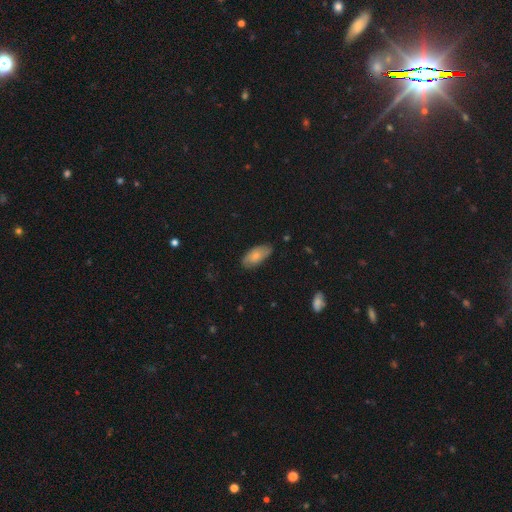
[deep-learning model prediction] A smooth galaxy with no disk features (74%) that is in between round and cigar-shaped (91%).

Vote fractions:
- Smooth or featured? smooth: 74% / featured or disk: 20% / star or artifact: 6%
- How rounded? in between: 91% / cigar-shaped: 6% / round: 2%
- Merging? none: 77% / minor disturbance: 18% / major disturbance: 3% / merger: 1%